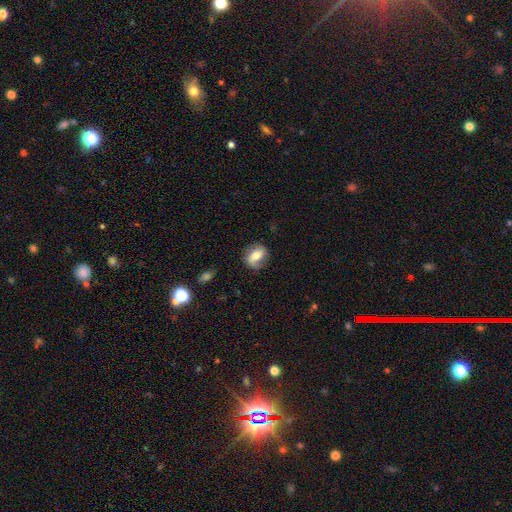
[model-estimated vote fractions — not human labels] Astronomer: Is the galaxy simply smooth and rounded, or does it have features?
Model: smooth — 53% (runner-up: featured or disk, 39%).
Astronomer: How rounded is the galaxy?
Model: in between — 53% (runner-up: round, 45%).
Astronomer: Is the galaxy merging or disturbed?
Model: none — 73%.